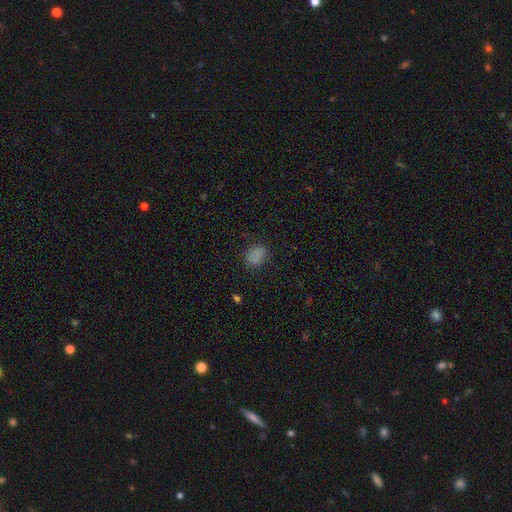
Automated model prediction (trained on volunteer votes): Smooth or featured: smooth — 81% (star or artifact — 14%)
How rounded: in between — 62% (round — 36%)
Merging: none — 81% (minor disturbance — 14%)